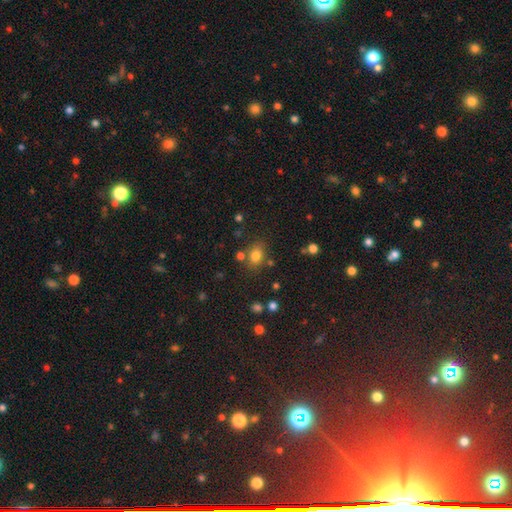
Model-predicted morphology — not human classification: smooth 78%, star or artifact 14%, featured or disk 8%. Down the decision tree: how rounded — in between (62%); merging — none (73%).